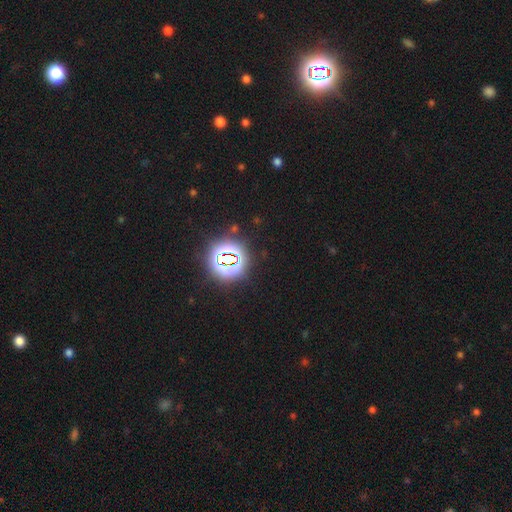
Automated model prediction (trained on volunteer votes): Smooth or featured: star or artifact — 84% (smooth — 11%)